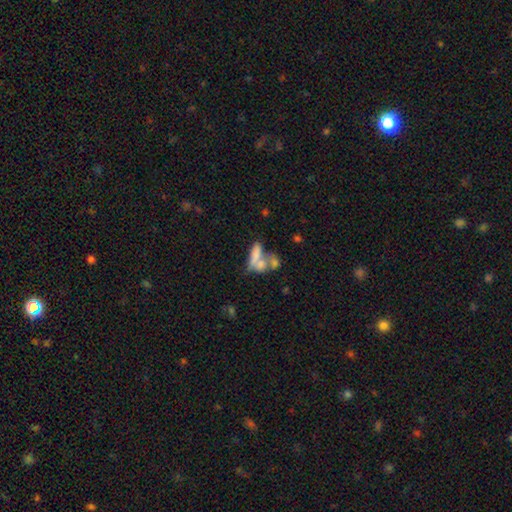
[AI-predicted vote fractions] This appears to be a smooth galaxy with no disk features (60%) that is in between round and cigar-shaped (69%). Merging: merger (59%).